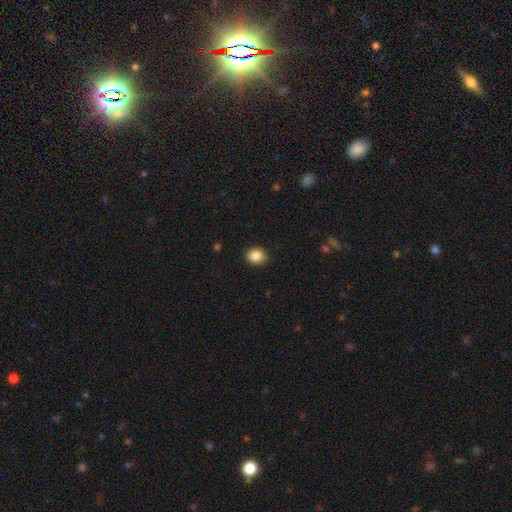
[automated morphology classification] Smooth or featured?
  - smooth: 86% *
  - star or artifact: 9%
  - featured or disk: 5%
How rounded?
  - round: 64% *
  - in between: 35%
  - cigar-shaped: 1%
Merging?
  - none: 89% *
  - minor disturbance: 8%
  - major disturbance: 2%
  - merger: 1%